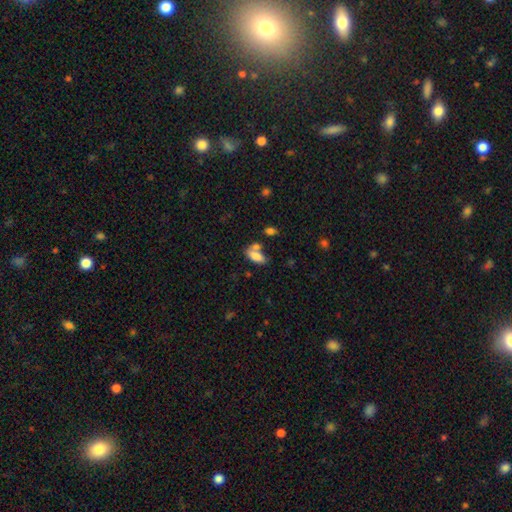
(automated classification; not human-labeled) Smooth or featured? Predicted: smooth (p=0.79). How rounded? Predicted: in between (p=0.86). Merging? Predicted: none (p=0.42).